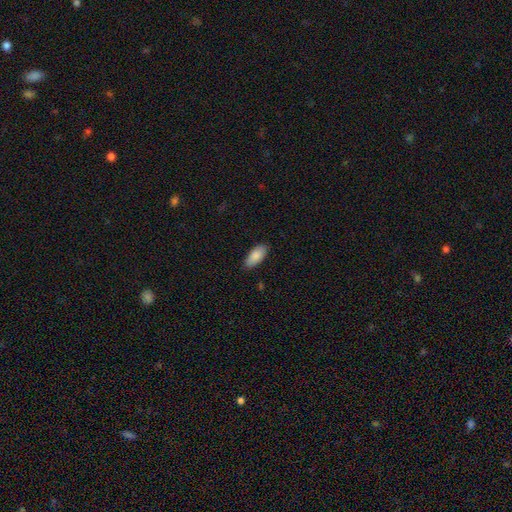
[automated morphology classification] The model was most divided on "merging": none: 85%, minor disturbance: 12%, major disturbance: 2%, merger: 1%. More confident: how rounded — in between (87%); smooth or featured — smooth (87%).